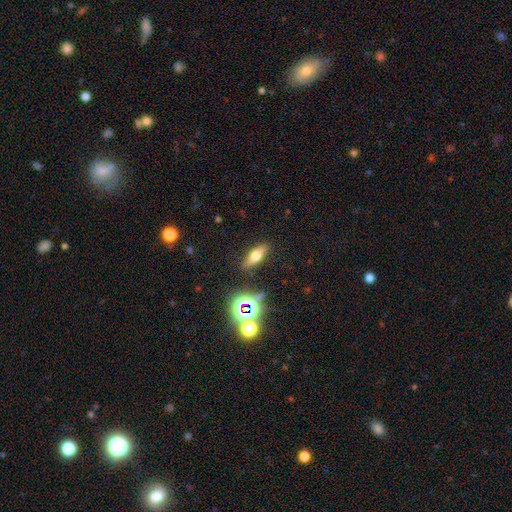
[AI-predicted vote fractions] Smooth or featured? smooth (48%)
Merging? none (87%)